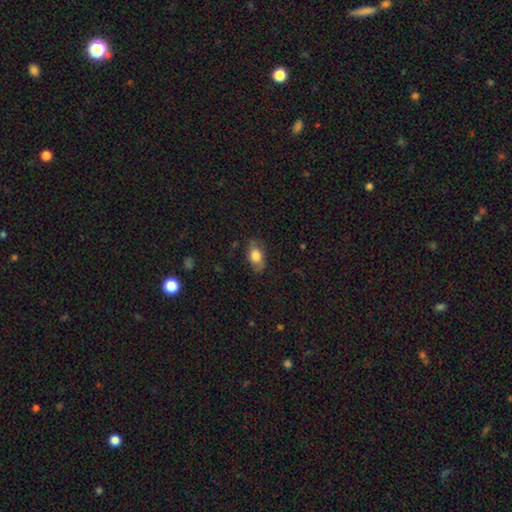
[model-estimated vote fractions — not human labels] Smooth or featured? smooth (73%)
How rounded? in between (88%)
Merging? none (75%)